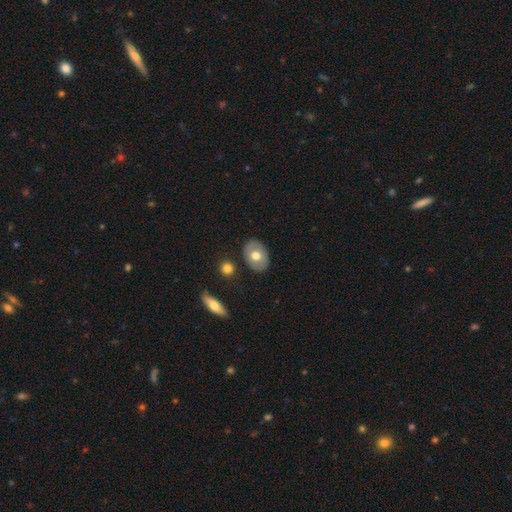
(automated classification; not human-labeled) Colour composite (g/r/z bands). It shows a smooth galaxy with no disk features (60%) that is in between round and cigar-shaped (80%). Merging: none (85%).